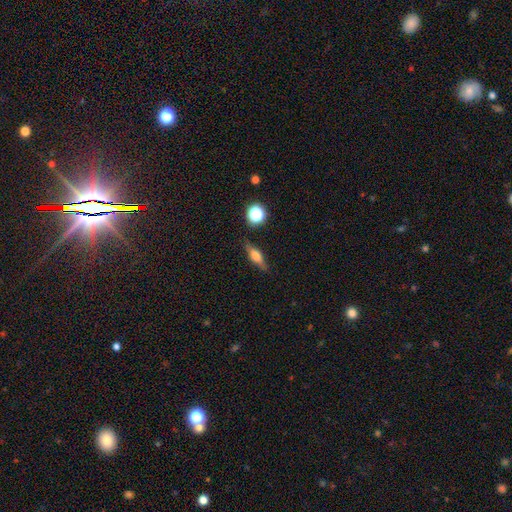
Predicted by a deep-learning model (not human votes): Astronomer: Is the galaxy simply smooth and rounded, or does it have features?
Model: smooth — 49% (runner-up: featured or disk, 42%).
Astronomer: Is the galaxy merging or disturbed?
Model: none — 83%.